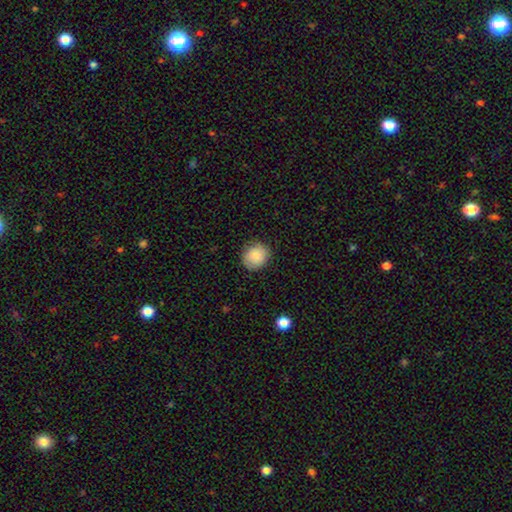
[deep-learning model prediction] Q: Smooth or featured?
A: smooth (86%); runner-up: star or artifact (8%)
Q: How rounded?
A: round (75%); runner-up: in between (24%)
Q: Merging?
A: none (85%); runner-up: minor disturbance (11%)